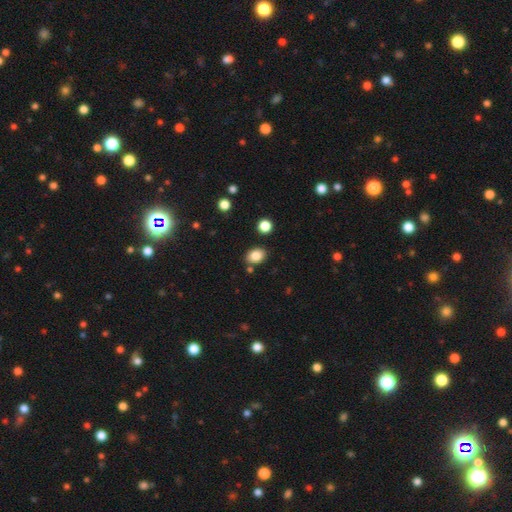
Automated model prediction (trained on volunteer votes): This is clearly a smooth galaxy (85%). How rounded: likely in between (66%). Merging: likely none (80%).